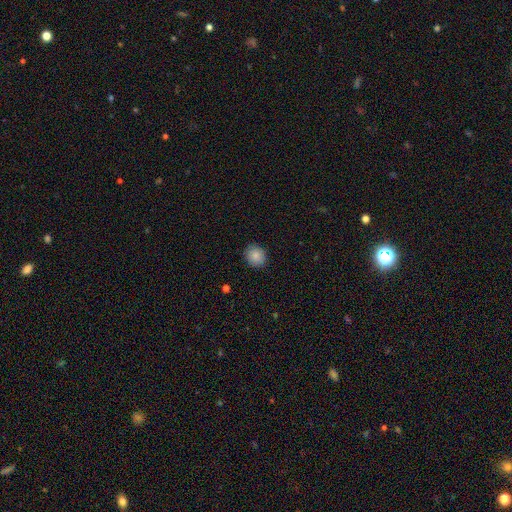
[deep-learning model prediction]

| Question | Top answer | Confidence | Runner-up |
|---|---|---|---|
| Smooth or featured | smooth | 86% | star or artifact (9%) |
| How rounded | round | 76% | in between (23%) |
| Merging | none | 88% | minor disturbance (9%) |